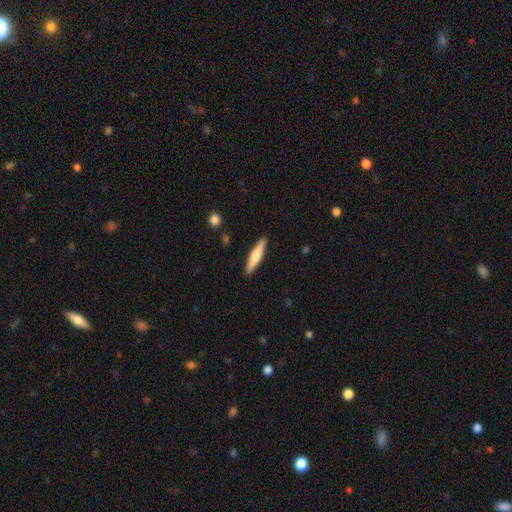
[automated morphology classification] This appears to be a smooth galaxy with no disk features (63%) that is cigar-shaped (85%). Merging: none (90%).